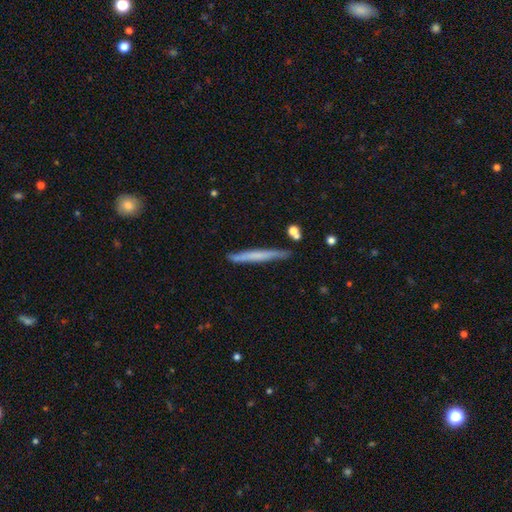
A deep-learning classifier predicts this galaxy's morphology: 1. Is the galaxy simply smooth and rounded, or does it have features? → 57% smooth, 37% featured or disk, 6% star or artifact.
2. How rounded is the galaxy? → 97% cigar-shaped, 2% in between, 1% round.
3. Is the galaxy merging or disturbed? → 86% none, 10% minor disturbance, 2% merger, 2% major disturbance.